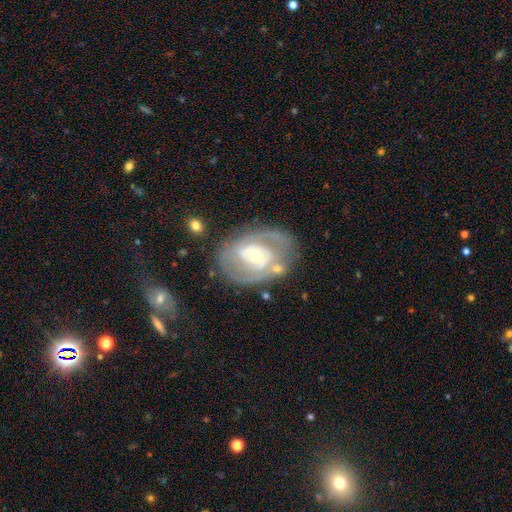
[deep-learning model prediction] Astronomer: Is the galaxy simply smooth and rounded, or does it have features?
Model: featured or disk — 81%.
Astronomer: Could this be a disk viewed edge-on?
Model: no — 96%.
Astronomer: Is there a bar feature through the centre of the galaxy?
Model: no — 45% (runner-up: weak, 38%).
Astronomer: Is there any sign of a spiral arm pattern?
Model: yes — 83%.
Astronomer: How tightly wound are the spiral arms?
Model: tight — 54% (runner-up: medium, 35%).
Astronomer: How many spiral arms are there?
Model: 2 — 57%.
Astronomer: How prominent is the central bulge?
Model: moderate — 52% (runner-up: small, 43%).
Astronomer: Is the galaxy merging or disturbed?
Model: none — 68%.